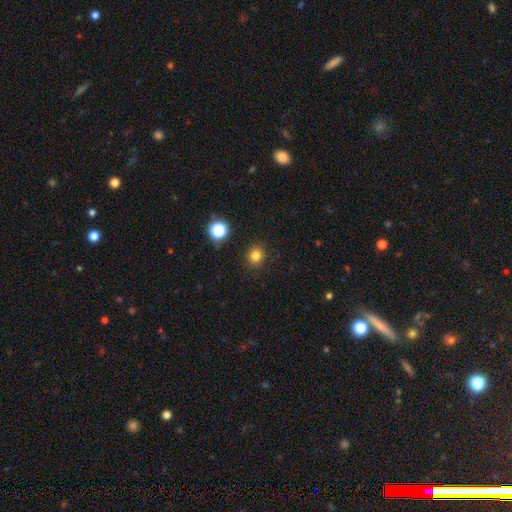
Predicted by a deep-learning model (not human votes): A smooth galaxy with no disk features (80%) that is round (91%).

Vote fractions:
- Smooth or featured? smooth: 80% / star or artifact: 15% / featured or disk: 5%
- How rounded? round: 91% / in between: 8% / cigar-shaped: 1%
- Merging? none: 90% / minor disturbance: 6% / major disturbance: 2% / merger: 2%